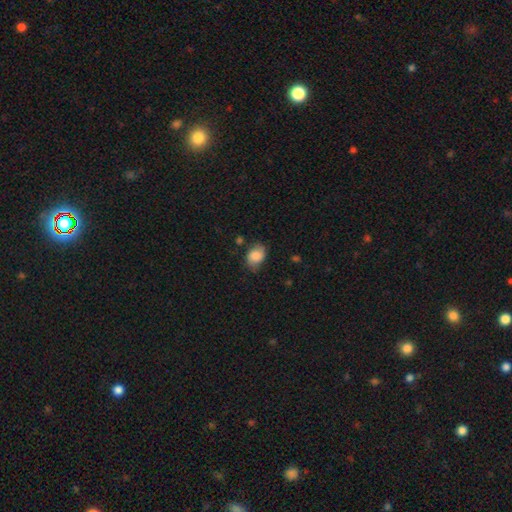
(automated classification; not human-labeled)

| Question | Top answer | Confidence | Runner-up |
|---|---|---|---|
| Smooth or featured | smooth | 82% | featured or disk (11%) |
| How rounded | in between | 68% | round (31%) |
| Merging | none | 67% | minor disturbance (25%) |